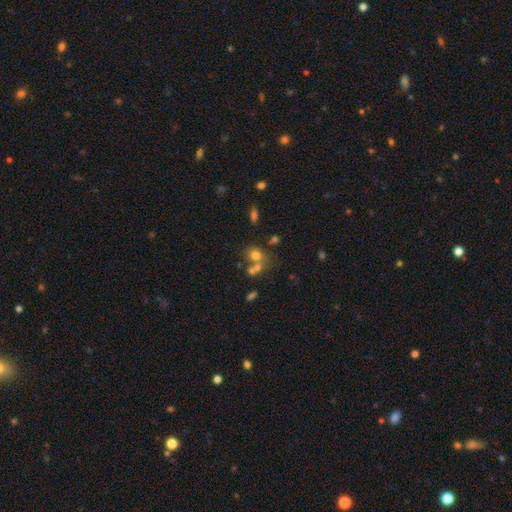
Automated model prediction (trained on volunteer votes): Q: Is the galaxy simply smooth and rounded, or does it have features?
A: smooth — 67%.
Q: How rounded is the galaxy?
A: round — 59%.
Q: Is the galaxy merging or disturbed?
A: merger — 45%.